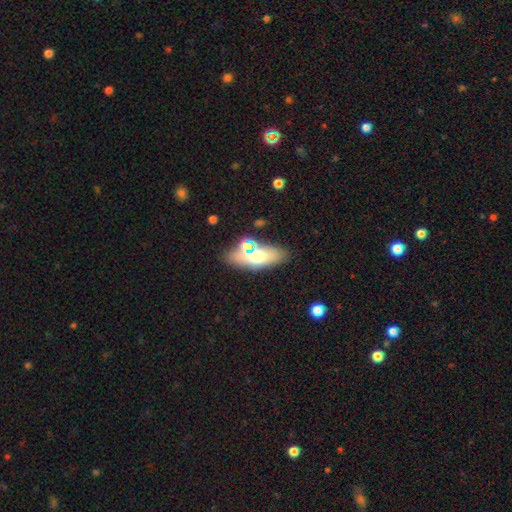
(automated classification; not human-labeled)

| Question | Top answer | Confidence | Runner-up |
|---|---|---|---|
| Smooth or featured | smooth | 62% | featured or disk (27%) |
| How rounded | in between | 75% | cigar-shaped (18%) |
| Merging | none | 77% | minor disturbance (12%) |